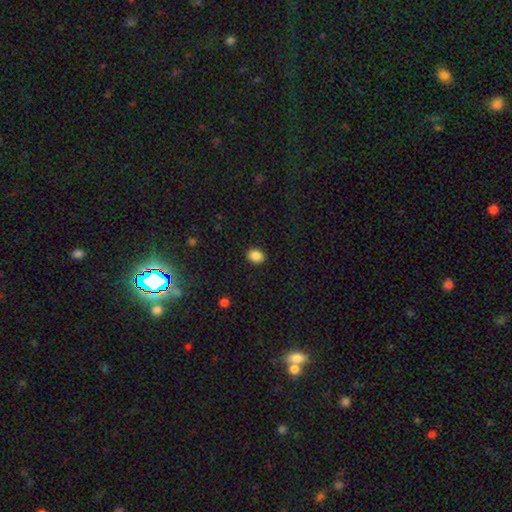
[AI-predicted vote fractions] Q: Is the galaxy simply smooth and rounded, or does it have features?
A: smooth — 88%.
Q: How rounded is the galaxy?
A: in between — 63%.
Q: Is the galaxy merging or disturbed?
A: none — 90%.